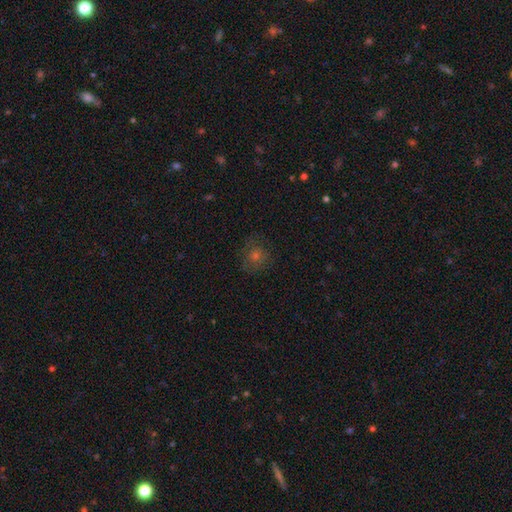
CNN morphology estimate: smooth 53%, star or artifact 26%, featured or disk 21%. Down the decision tree: how rounded — round (86%); merging — none (79%).